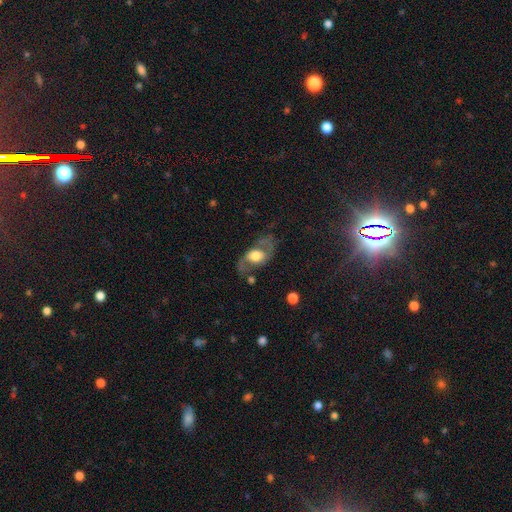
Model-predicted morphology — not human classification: Smooth or featured: featured or disk — 63% (smooth — 30%)
Edge-on disk: no — 89% (yes — 11%)
Bar: no — 67% (weak — 25%)
Spiral arms: yes — 69% (no — 31%)
Bulge size: large — 49% (moderate — 38%)
Merging: none — 56% (minor disturbance — 20%)